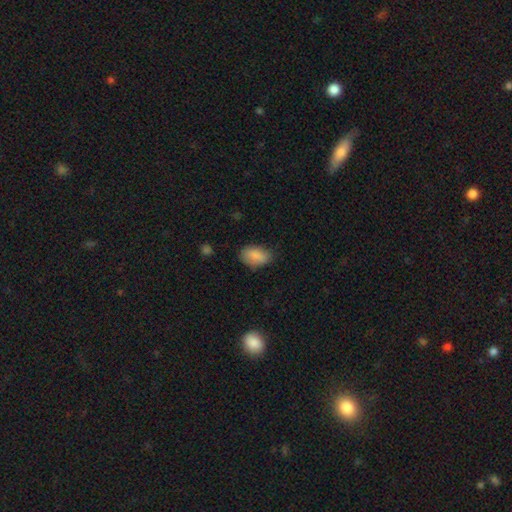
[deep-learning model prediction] Smooth or featured: smooth — 86% (star or artifact — 7%)
How rounded: in between — 90% (round — 8%)
Merging: none — 73% (minor disturbance — 21%)